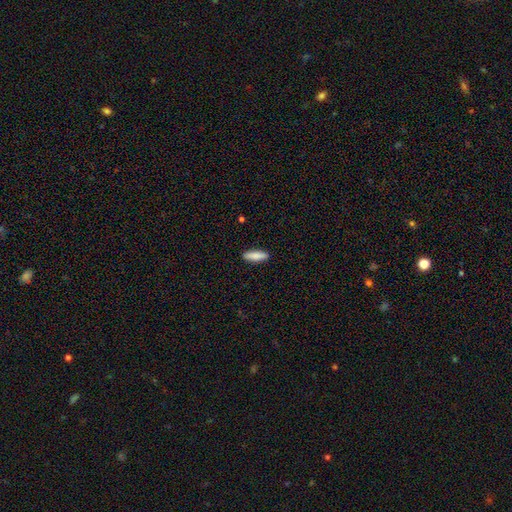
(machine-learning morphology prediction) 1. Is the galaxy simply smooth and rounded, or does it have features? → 85% smooth, 9% featured or disk, 6% star or artifact.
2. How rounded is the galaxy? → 62% cigar-shaped, 36% in between, 2% round.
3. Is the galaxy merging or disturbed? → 91% none, 7% minor disturbance, 2% major disturbance, 1% merger.